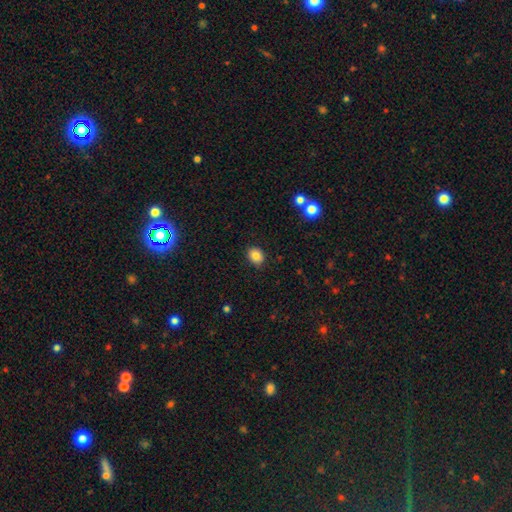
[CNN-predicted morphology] smooth_or_featured: smooth (p=0.83) [alt: star or artifact p=0.10]
how_rounded: in between (p=0.51) [alt: round p=0.48]
merging: none (p=0.86) [alt: minor disturbance p=0.10]